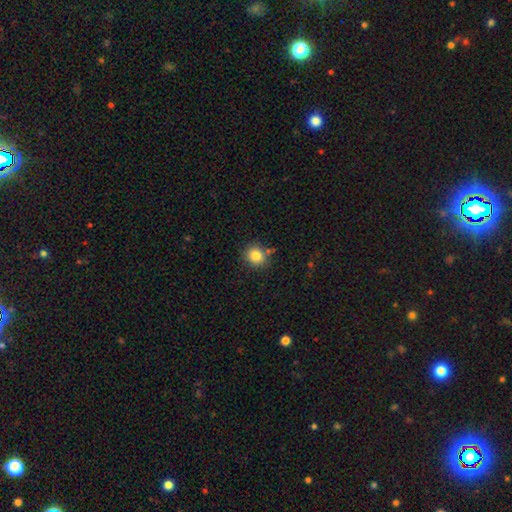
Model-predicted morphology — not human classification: This is clearly a smooth galaxy (82%). How rounded: clearly round (81%). Merging: clearly none (81%).